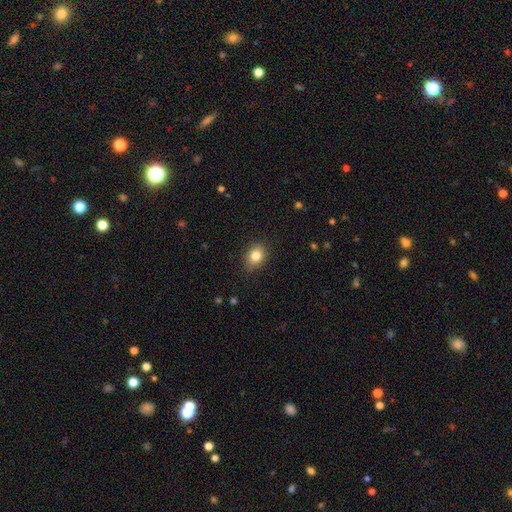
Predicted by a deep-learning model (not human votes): Overall: smooth (83%). How rounded: in between (52%; round 47%). Merging: none (84%).